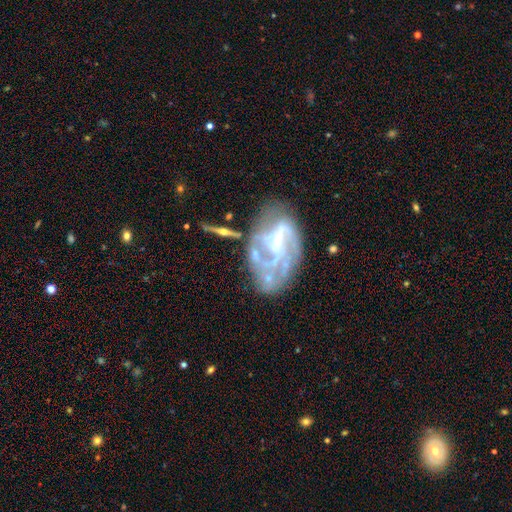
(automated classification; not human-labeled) smooth_or_featured: featured or disk (p=0.74) [alt: smooth p=0.16]
disk_edge_on: no (p=0.95) [alt: yes p=0.05]
bar: no (p=0.50) [alt: weak p=0.33]
has_spiral_arms: yes (p=0.57) [alt: no p=0.43]
bulge_size: none (p=0.43) [alt: small p=0.30]
merging: major disturbance (p=0.33) [alt: none p=0.31]